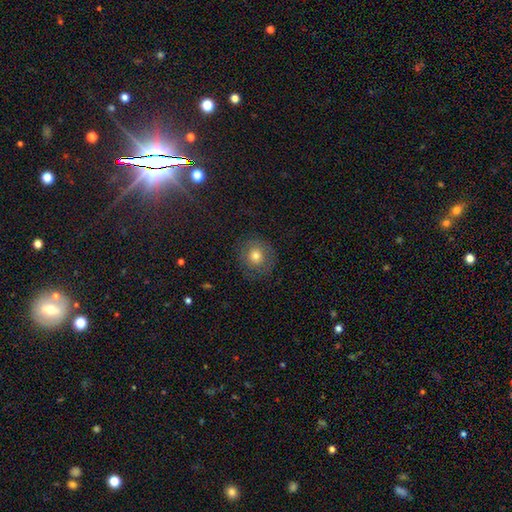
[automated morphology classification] Q: Smooth or featured?
A: smooth (71%); runner-up: featured or disk (17%)
Q: How rounded?
A: round (88%); runner-up: in between (11%)
Q: Merging?
A: none (81%); runner-up: minor disturbance (12%)